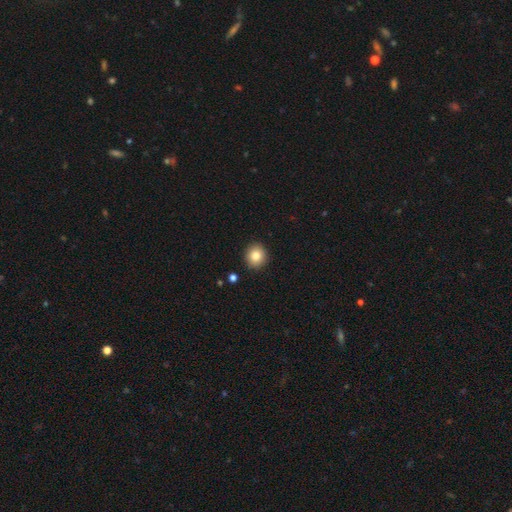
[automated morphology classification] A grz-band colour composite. It shows a smooth galaxy with no disk features (85%) that is round (86%). Merging: none (91%).